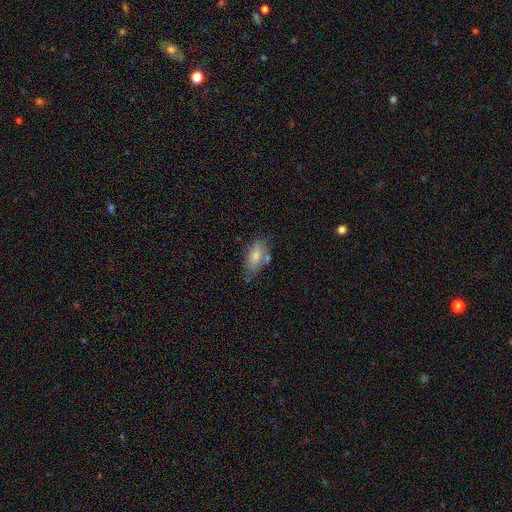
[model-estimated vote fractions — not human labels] A smooth galaxy with no disk features (74%) that is in between round and cigar-shaped (87%). Merging: none (59%).